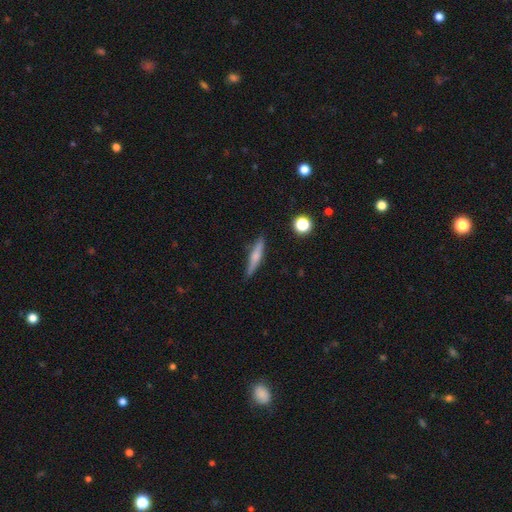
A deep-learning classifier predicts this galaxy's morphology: This is possibly a smooth galaxy (55%). How rounded: clearly cigar-shaped (86%). Merging: clearly none (84%).